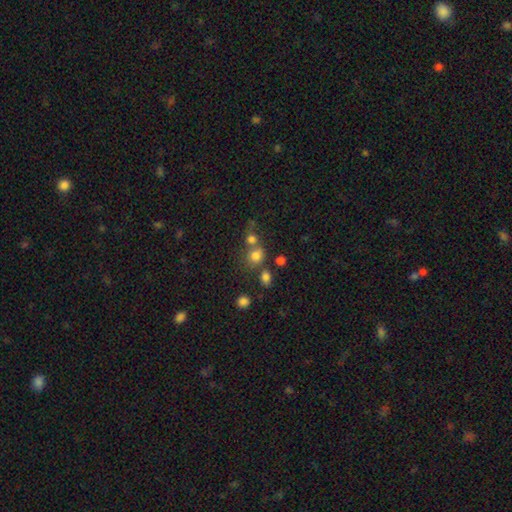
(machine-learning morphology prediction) Smooth or featured? smooth (75%)
How rounded? round (76%)
Merging? none (51%)